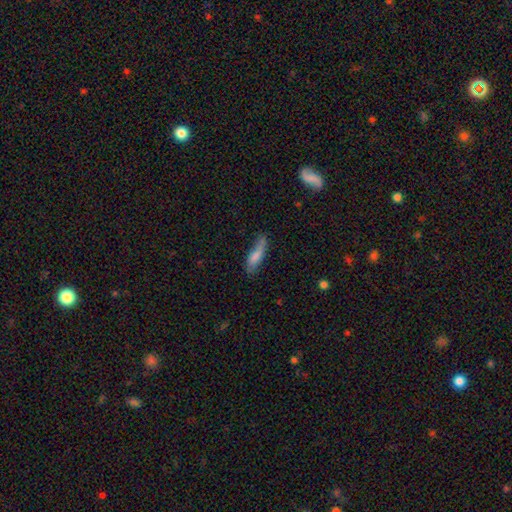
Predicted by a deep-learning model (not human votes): A smooth galaxy with no disk features (77%) that is cigar-shaped (61%).

Vote fractions:
- Smooth or featured? smooth: 77% / featured or disk: 17% / star or artifact: 6%
- How rounded? cigar-shaped: 61% / in between: 37% / round: 2%
- Merging? none: 60% / minor disturbance: 29% / major disturbance: 8% / merger: 3%